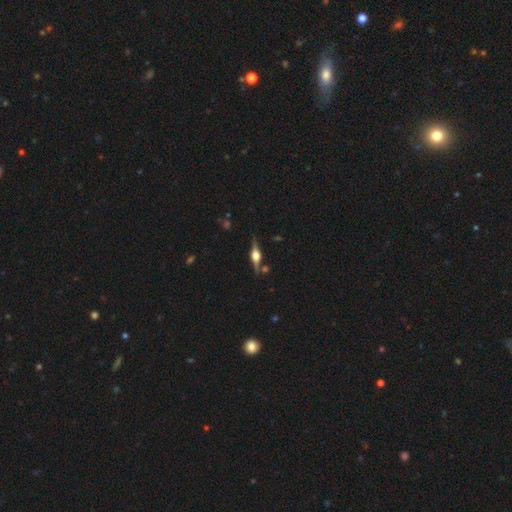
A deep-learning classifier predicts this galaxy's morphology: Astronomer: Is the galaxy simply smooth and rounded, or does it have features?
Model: featured or disk — 79%.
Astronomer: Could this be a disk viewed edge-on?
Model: yes — 97%.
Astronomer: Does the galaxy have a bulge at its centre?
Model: rounded — 91%.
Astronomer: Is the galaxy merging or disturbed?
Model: none — 84%.